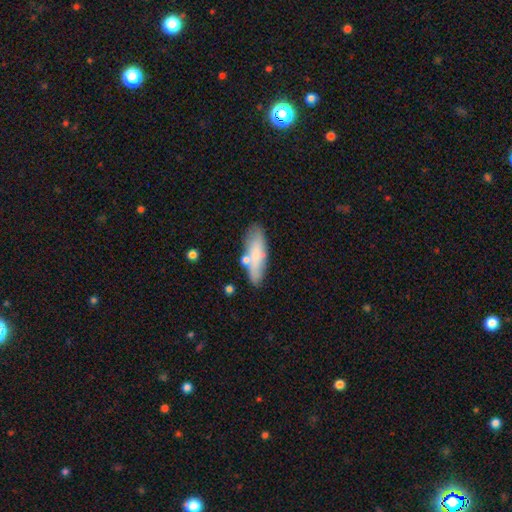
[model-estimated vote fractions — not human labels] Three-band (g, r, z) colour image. It shows a smooth galaxy with no disk features (72%) that is in between round and cigar-shaped (51%). Merging: none (69%).